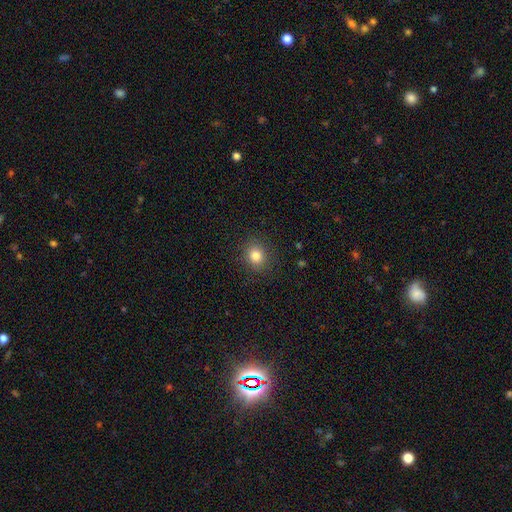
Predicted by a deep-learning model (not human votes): The model was most divided on "how rounded": round: 77%, in between: 22%, cigar-shaped: 1%. More confident: merging — none (89%); smooth or featured — smooth (82%).